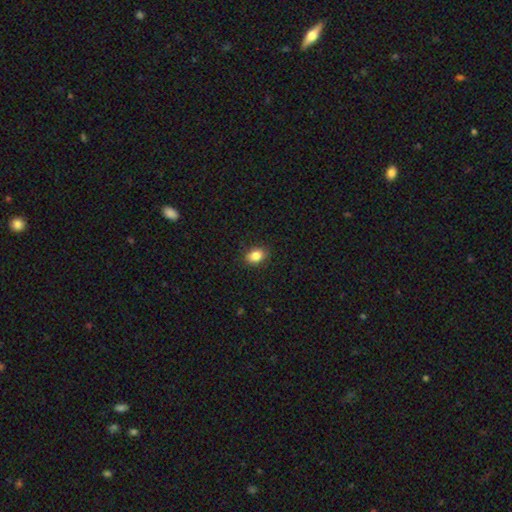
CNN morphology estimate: Smooth or featured?
  - smooth: 85% *
  - star or artifact: 9%
  - featured or disk: 6%
How rounded?
  - in between: 71% *
  - round: 28%
  - cigar-shaped: 1%
Merging?
  - none: 88% *
  - minor disturbance: 9%
  - major disturbance: 2%
  - merger: 1%